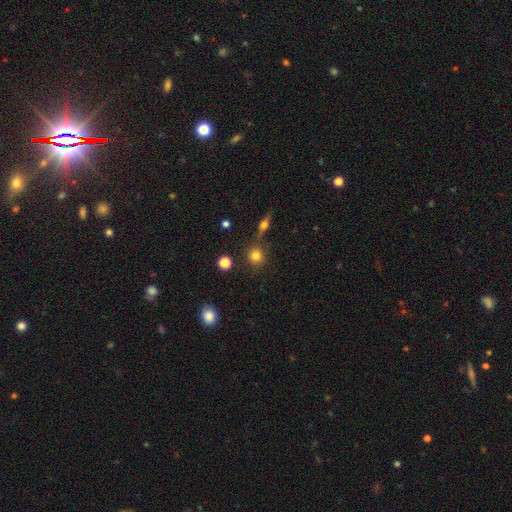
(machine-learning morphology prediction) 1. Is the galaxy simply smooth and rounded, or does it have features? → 79% smooth, 12% star or artifact, 9% featured or disk.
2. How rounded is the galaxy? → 91% round, 8% in between, 1% cigar-shaped.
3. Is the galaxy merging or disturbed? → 78% none, 10% merger, 9% minor disturbance, 3% major disturbance.